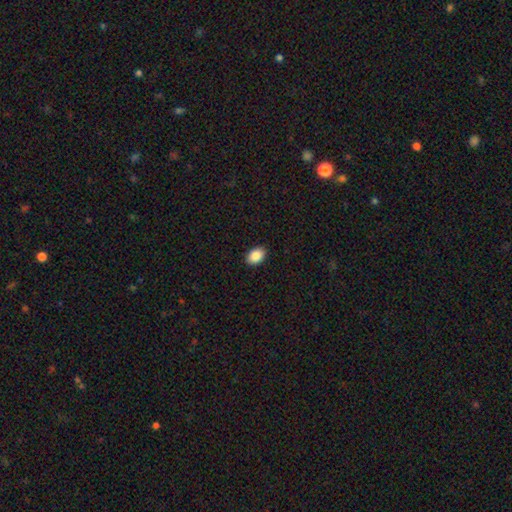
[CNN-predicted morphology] smooth 88%, star or artifact 8%, featured or disk 5%. Down the decision tree: how rounded — in between (84%); merging — none (91%).